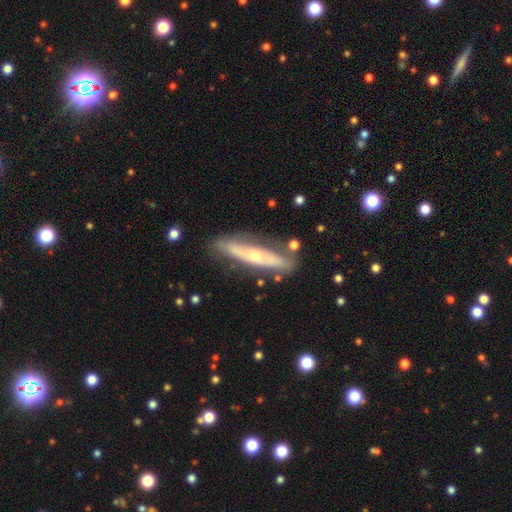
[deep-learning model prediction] Smooth or featured: featured or disk — 68% (smooth — 27%)
Edge-on disk: yes — 58% (no — 42%)
Merging: none — 76% (minor disturbance — 16%)